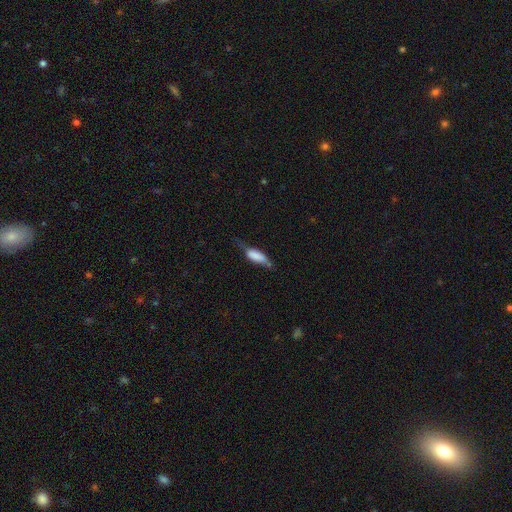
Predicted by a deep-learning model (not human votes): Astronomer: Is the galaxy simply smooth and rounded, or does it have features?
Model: smooth — 70%.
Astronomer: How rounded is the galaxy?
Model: in between — 62%.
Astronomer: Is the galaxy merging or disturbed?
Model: minor disturbance — 37% (runner-up: none, 35%).